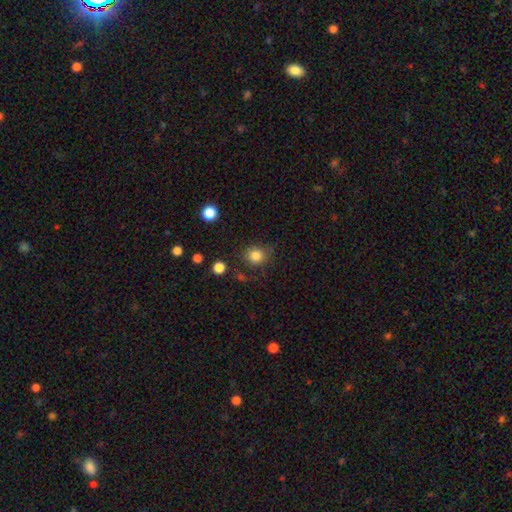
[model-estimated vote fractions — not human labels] Overall: smooth (84%). How rounded: round (82%). Merging: none (80%).